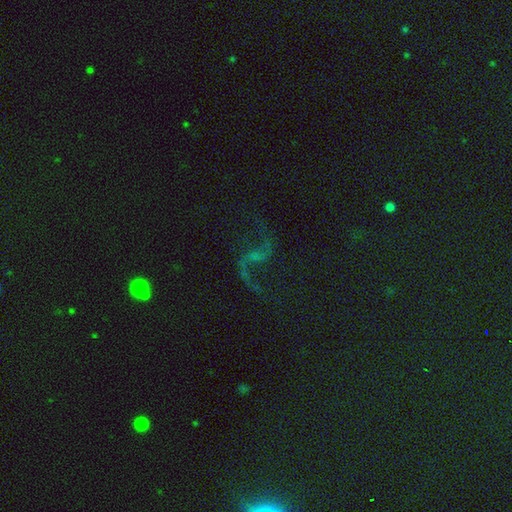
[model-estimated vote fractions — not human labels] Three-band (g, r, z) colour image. It shows a featured or disk galaxy (82%) with a weak bar (43%), 2 (91%) loose (86%) spiral arms (94%) and no central bulge (51%). Merging: none (69%).